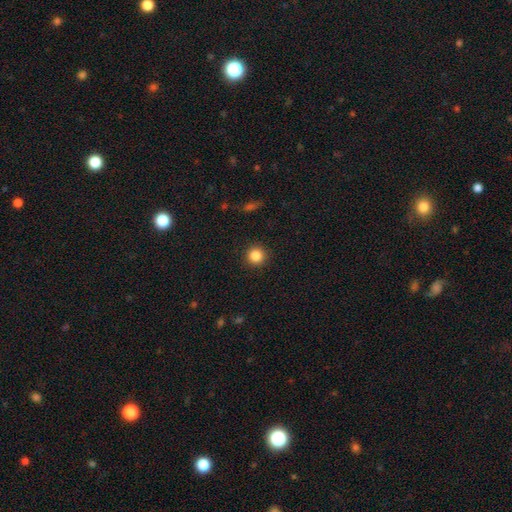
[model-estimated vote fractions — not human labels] A smooth galaxy with no disk features (85%) that is round (95%).

Vote fractions:
- Smooth or featured? smooth: 85% / star or artifact: 11% / featured or disk: 4%
- How rounded? round: 95% / in between: 4% / cigar-shaped: 1%
- Merging? none: 92% / minor disturbance: 5% / major disturbance: 2% / merger: 1%